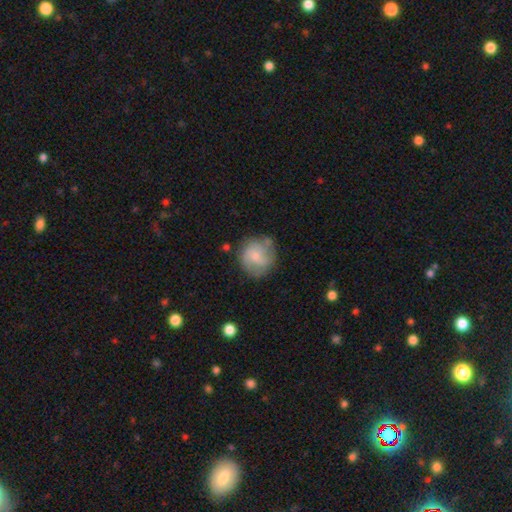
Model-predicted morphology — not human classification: Overall: featured or disk (55%; smooth 38%). Edge-on disk: no (98%). Bar: no (71%). Spiral arms: yes (83%). Bulge size: small (63%; moderate 29%). Merging: none (70%).